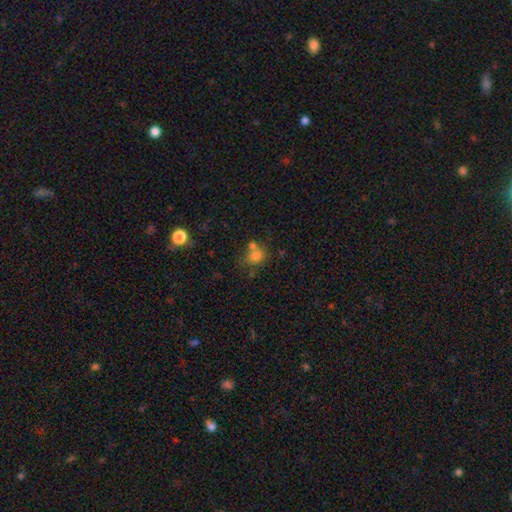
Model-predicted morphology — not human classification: A smooth galaxy with no disk features (75%) that is round (69%).

Vote fractions:
- Smooth or featured? smooth: 75% / star or artifact: 13% / featured or disk: 11%
- How rounded? round: 69% / in between: 31% / cigar-shaped: 1%
- Merging? none: 49% / merger: 34% / minor disturbance: 12% / major disturbance: 5%